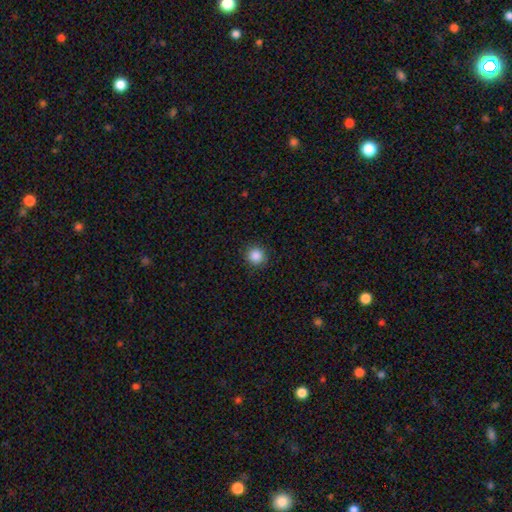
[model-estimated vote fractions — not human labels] This is clearly a smooth galaxy (87%). How rounded: clearly round (93%). Merging: clearly none (90%).